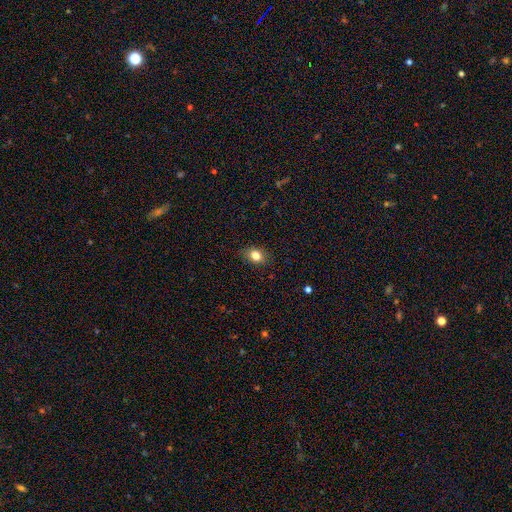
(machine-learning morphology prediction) A smooth galaxy with no disk features (83%) that is in between round and cigar-shaped (58%).

Vote fractions:
- Smooth or featured? smooth: 83% / star or artifact: 10% / featured or disk: 7%
- How rounded? in between: 58% / round: 41% / cigar-shaped: 1%
- Merging? none: 85% / minor disturbance: 11% / major disturbance: 3% / merger: 1%